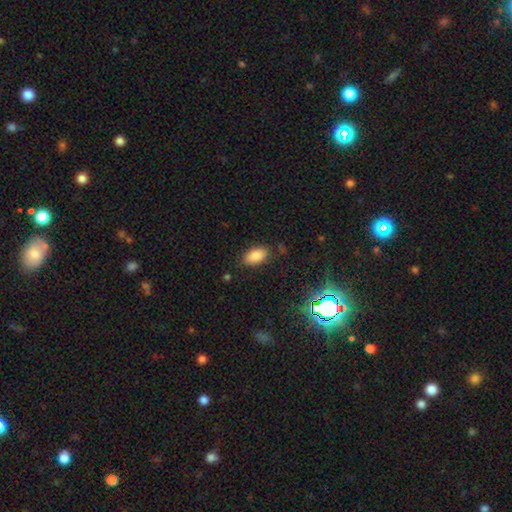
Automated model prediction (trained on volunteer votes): smooth_or_featured: smooth (p=0.84) [alt: star or artifact p=0.10]
how_rounded: in between (p=0.93) [alt: round p=0.05]
merging: none (p=0.82) [alt: minor disturbance p=0.12]